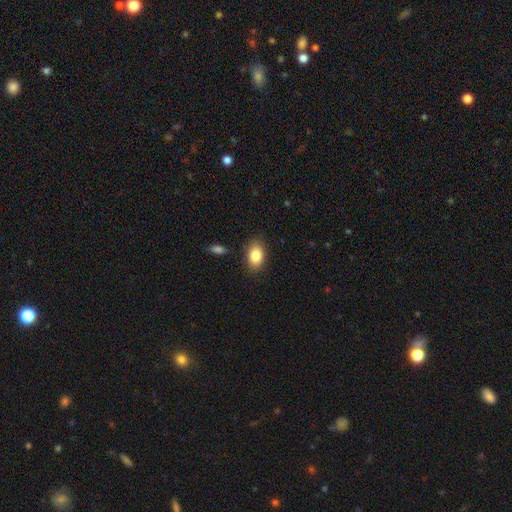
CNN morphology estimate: A smooth galaxy with no disk features (84%) that is in between round and cigar-shaped (87%). Merging: none (85%).